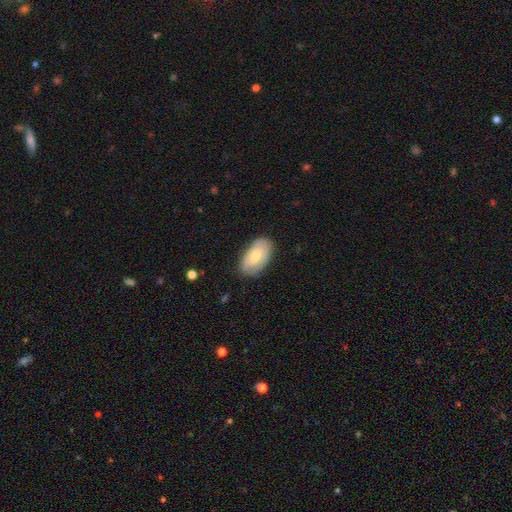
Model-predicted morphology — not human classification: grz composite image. It shows a smooth galaxy with no disk features (60%) that is in between round and cigar-shaped (93%). Merging: none (78%).